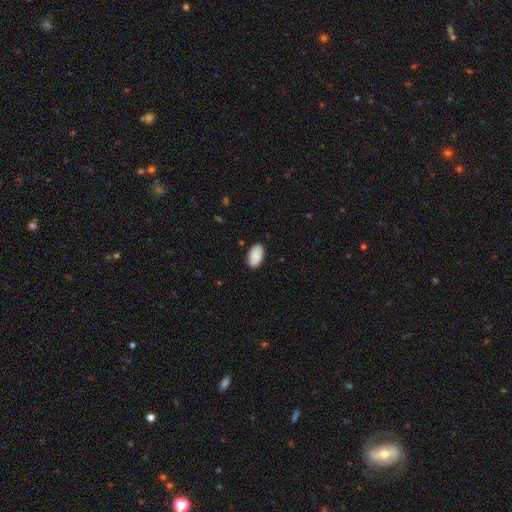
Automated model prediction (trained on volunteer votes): A smooth galaxy with no disk features (90%) that is in between round and cigar-shaped (96%). Merging: none (88%).